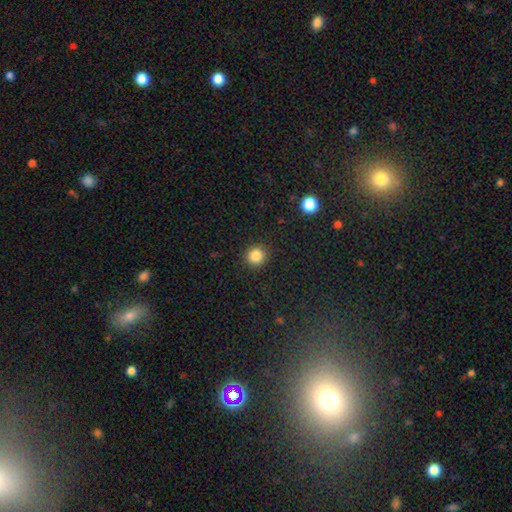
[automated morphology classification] Q: Smooth or featured?
A: smooth (85%); runner-up: star or artifact (11%)
Q: How rounded?
A: round (93%); runner-up: in between (6%)
Q: Merging?
A: none (91%); runner-up: minor disturbance (5%)